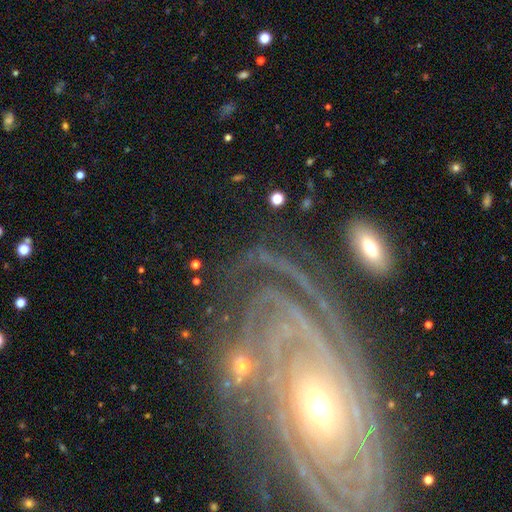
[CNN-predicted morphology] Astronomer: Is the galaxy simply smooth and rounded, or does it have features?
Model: featured or disk — 70%.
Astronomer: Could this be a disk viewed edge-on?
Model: no — 90%.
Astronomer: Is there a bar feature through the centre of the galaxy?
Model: no — 47% (runner-up: strong, 27%).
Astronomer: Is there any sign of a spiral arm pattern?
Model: yes — 90%.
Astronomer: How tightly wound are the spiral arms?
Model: tight — 74%.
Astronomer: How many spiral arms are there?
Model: can't tell — 25% (runner-up: 2, 24%).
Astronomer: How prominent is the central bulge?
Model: small — 55% (runner-up: moderate, 31%).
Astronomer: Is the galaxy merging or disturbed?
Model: none — 73%.